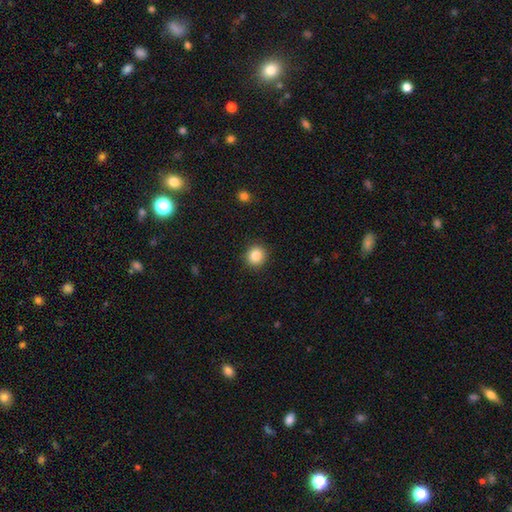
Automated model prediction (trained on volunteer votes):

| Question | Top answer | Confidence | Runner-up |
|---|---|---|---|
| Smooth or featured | smooth | 86% | star or artifact (10%) |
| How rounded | round | 87% | in between (12%) |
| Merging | none | 91% | minor disturbance (6%) |